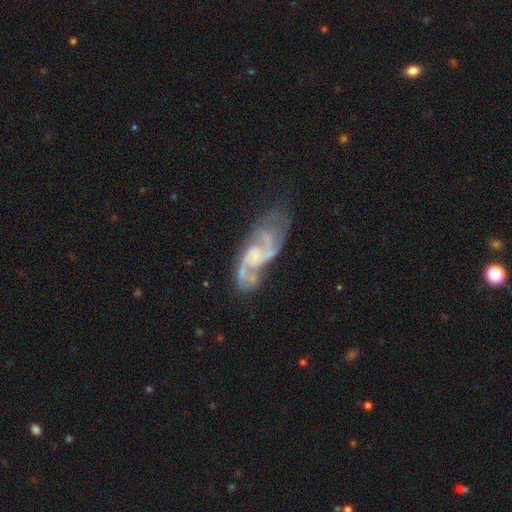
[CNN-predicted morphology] featured or disk 81%, smooth 12%, star or artifact 7%. Down the decision tree: edge-on disk — no (94%); bar — no (53%); spiral arms — yes (92%); spiral arm count — 2 (56%); spiral winding — medium (48%); bulge size — none (40%); merging — none (53%).